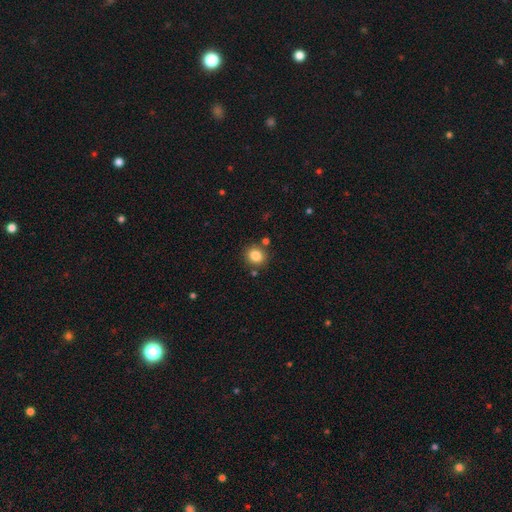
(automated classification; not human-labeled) A smooth galaxy with no disk features (83%) that is round (82%). Merging: none (83%).